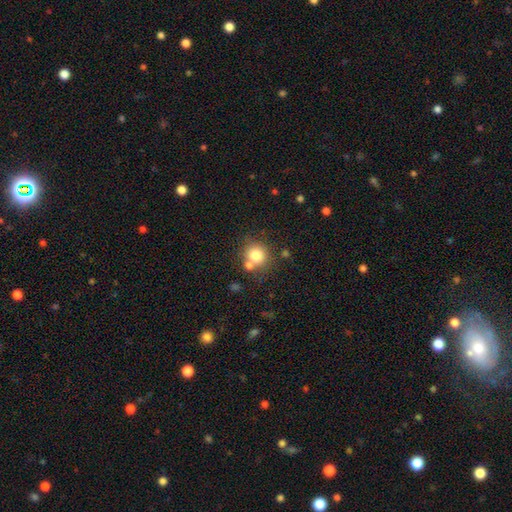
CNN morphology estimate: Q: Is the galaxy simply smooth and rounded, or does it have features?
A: smooth — 79%.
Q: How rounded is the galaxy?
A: round — 88%.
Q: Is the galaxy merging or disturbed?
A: none — 65%.